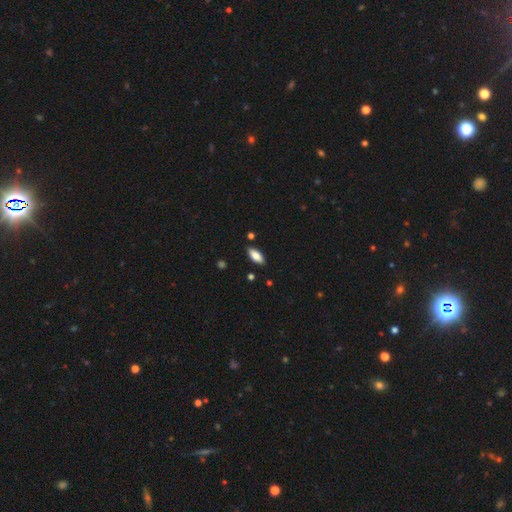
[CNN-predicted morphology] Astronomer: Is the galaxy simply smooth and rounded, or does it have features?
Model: smooth — 82%.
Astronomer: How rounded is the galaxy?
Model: in between — 85%.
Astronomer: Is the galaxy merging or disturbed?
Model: none — 86%.